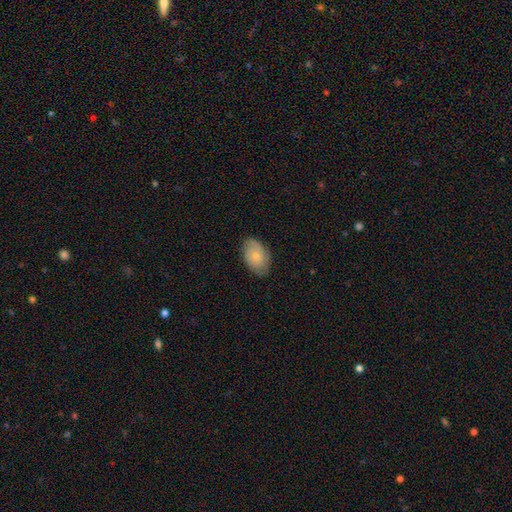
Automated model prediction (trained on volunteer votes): A smooth galaxy with no disk features (70%) that is in between round and cigar-shaped (90%). Merging: none (79%).